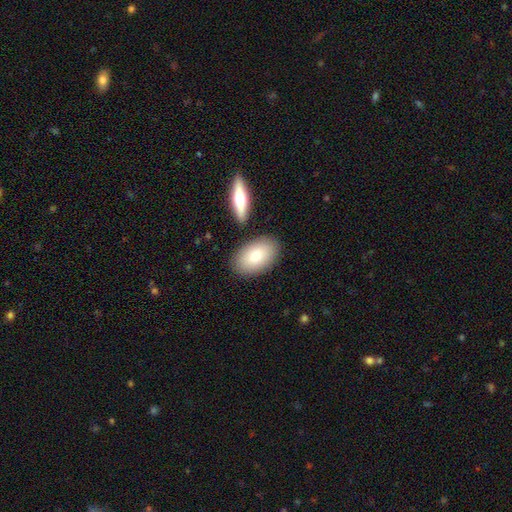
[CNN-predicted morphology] Smooth or featured? Predicted: smooth (p=0.77). How rounded? Predicted: in between (p=0.92). Merging? Predicted: none (p=0.83).